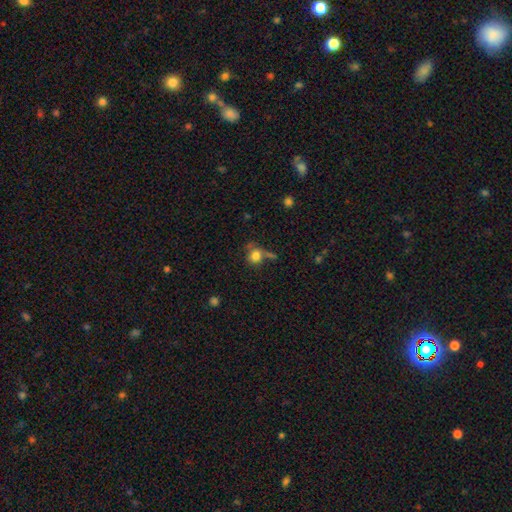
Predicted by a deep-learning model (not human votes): Smooth or featured: smooth — 79% (star or artifact — 12%)
How rounded: round — 80% (in between — 19%)
Merging: none — 55% (minor disturbance — 18%)